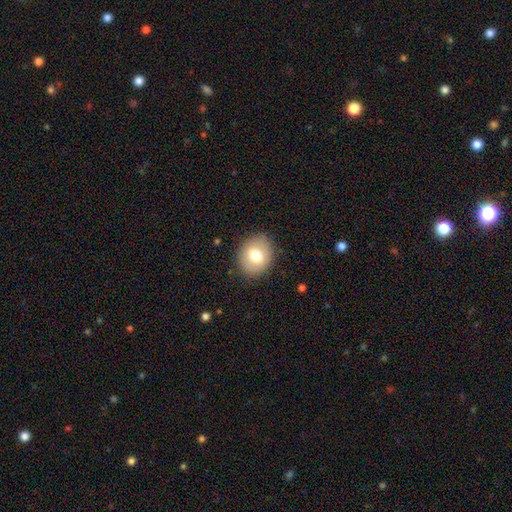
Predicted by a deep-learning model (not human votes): smooth_or_featured: smooth (p=0.74) [alt: featured or disk p=0.17]
how_rounded: round (p=0.63) [alt: in between p=0.36]
merging: none (p=0.86) [alt: minor disturbance p=0.10]